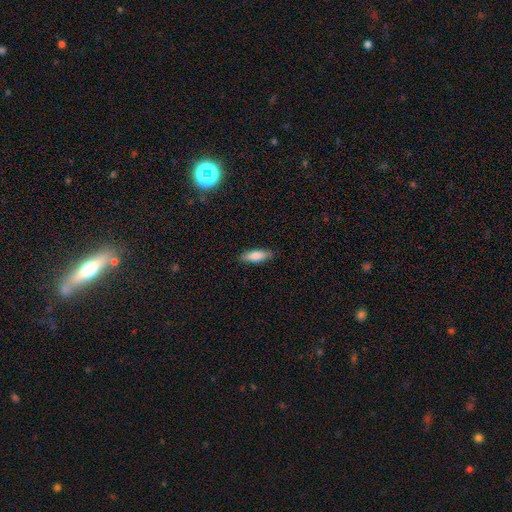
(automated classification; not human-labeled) Smooth or featured: smooth — 79% (featured or disk — 15%)
How rounded: in between — 55% (cigar-shaped — 43%)
Merging: none — 87% (minor disturbance — 10%)